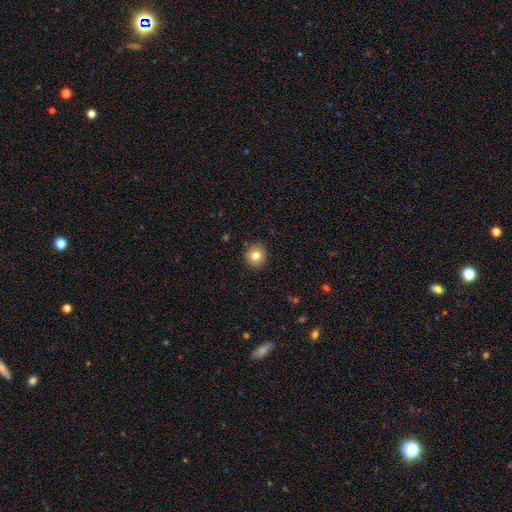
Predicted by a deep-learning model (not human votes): Smooth or featured? smooth (80%)
How rounded? round (90%)
Merging? none (90%)